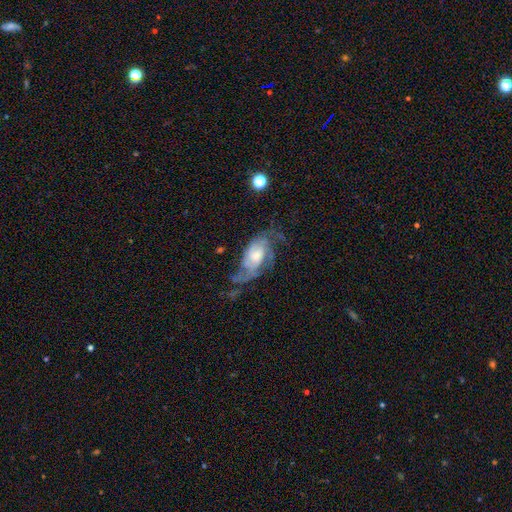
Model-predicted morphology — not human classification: This appears to be a featured or disk galaxy (74%) with no bar (62%), 2 (40%) medium (42%) spiral arms (88%) and a moderate central bulge (48%). Merging: none (38%).